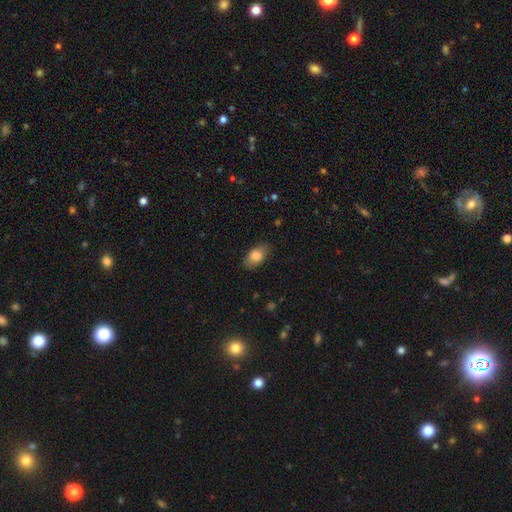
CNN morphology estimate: smooth 81%, featured or disk 12%, star or artifact 7%. Down the decision tree: how rounded — in between (90%); merging — none (82%).